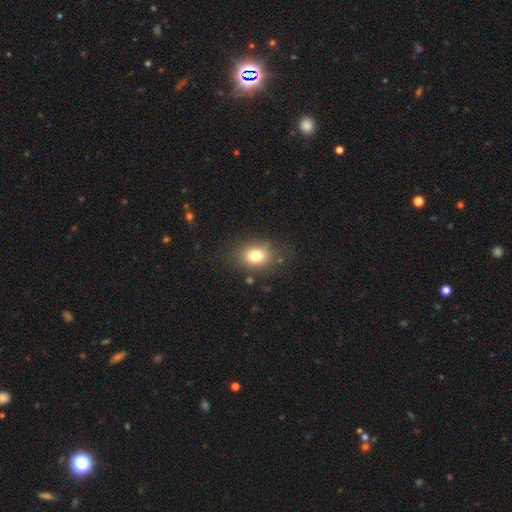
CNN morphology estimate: Q: Smooth or featured?
A: smooth (78%); runner-up: star or artifact (11%)
Q: How rounded?
A: in between (64%); runner-up: round (34%)
Q: Merging?
A: none (77%); runner-up: minor disturbance (15%)